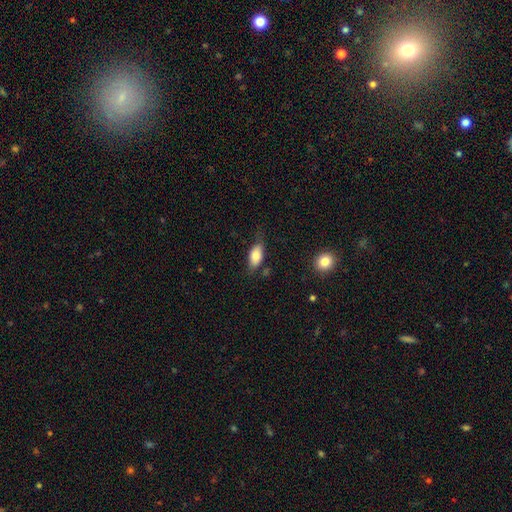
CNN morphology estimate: Smooth or featured? Predicted: smooth (p=0.81). How rounded? Predicted: in between (p=0.88). Merging? Predicted: none (p=0.65).